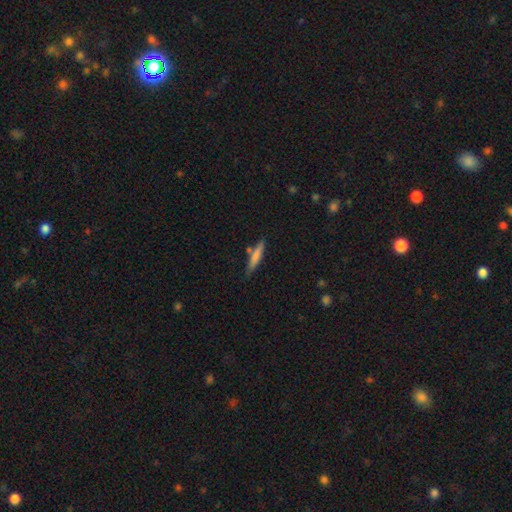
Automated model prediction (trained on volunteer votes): Morphology: type=smooth (74%); roundness=cigar-shaped (87%); merging=none (75%).